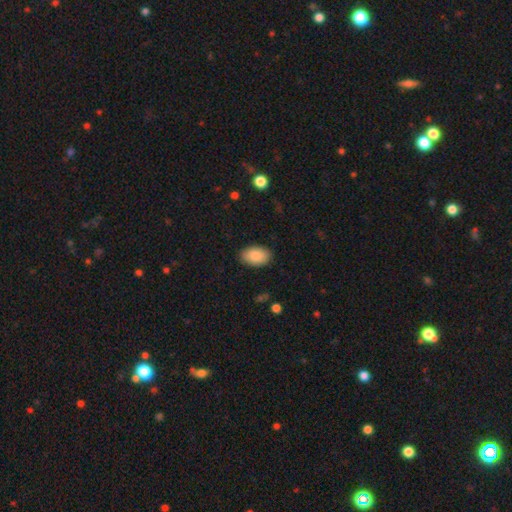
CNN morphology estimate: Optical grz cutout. It shows a smooth galaxy with no disk features (87%) that is in between round and cigar-shaped (92%). Merging: none (87%).